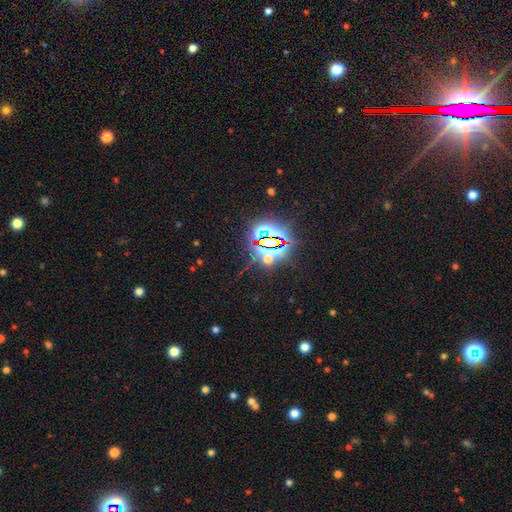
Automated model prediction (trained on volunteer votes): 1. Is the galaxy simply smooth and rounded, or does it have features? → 83% star or artifact, 9% smooth, 8% featured or disk.